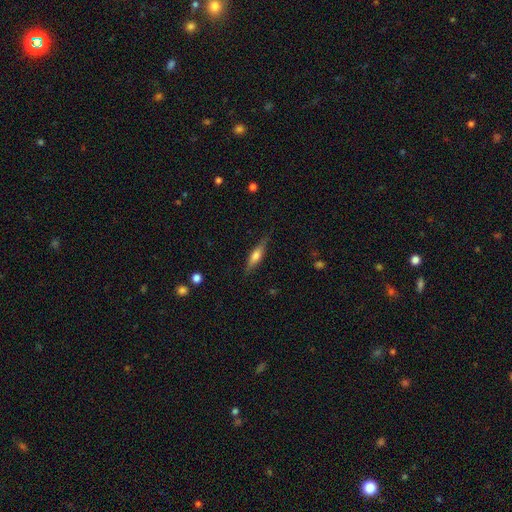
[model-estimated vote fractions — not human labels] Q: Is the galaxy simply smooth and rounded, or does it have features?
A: featured or disk — 48%.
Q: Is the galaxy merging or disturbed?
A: none — 82%.